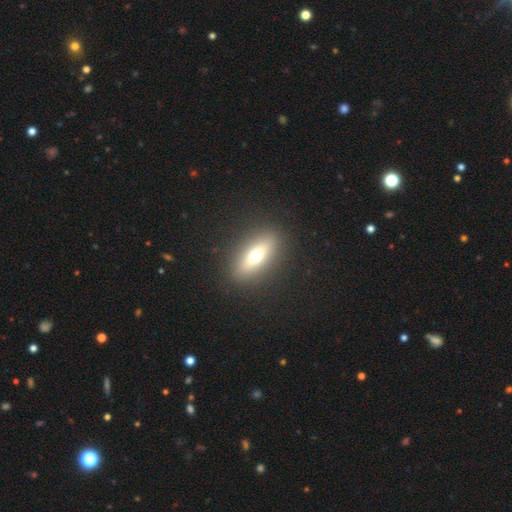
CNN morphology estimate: smooth_or_featured: smooth (p=0.60) [alt: featured or disk p=0.32]
how_rounded: in between (p=0.61) [alt: cigar-shaped p=0.34]
merging: none (p=0.89) [alt: minor disturbance p=0.07]